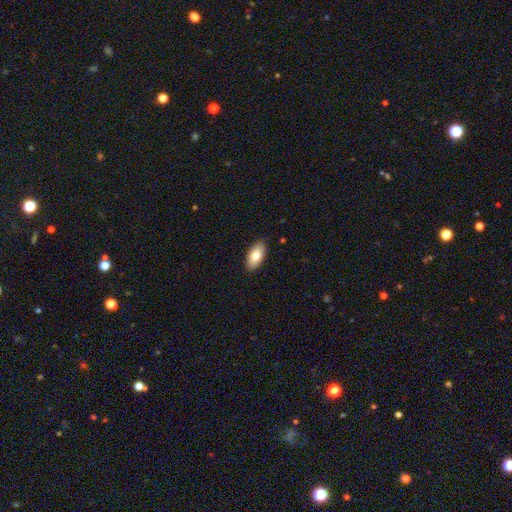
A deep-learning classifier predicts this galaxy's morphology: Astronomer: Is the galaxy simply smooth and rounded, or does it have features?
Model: smooth — 79%.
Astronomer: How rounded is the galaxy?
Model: in between — 92%.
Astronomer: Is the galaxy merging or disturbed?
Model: none — 89%.